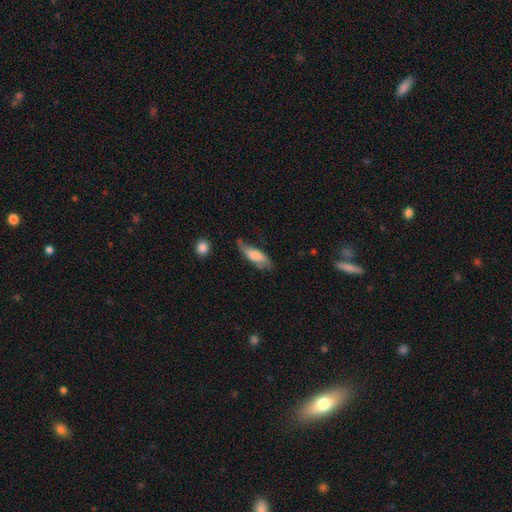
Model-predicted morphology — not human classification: smooth 66%, featured or disk 27%, star or artifact 7%. Down the decision tree: how rounded — in between (60%); merging — none (59%).